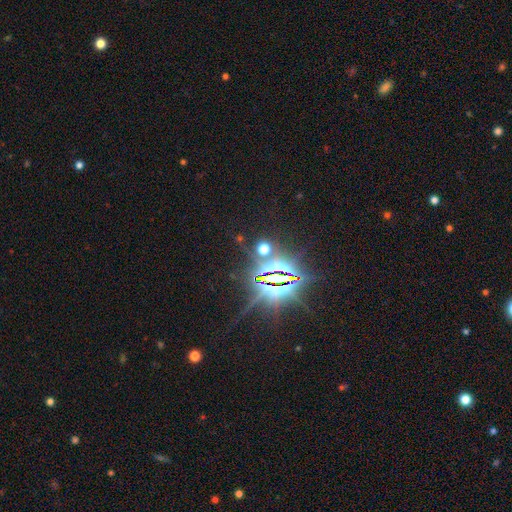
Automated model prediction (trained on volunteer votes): Q: Smooth or featured?
A: star or artifact (85%); runner-up: featured or disk (8%)